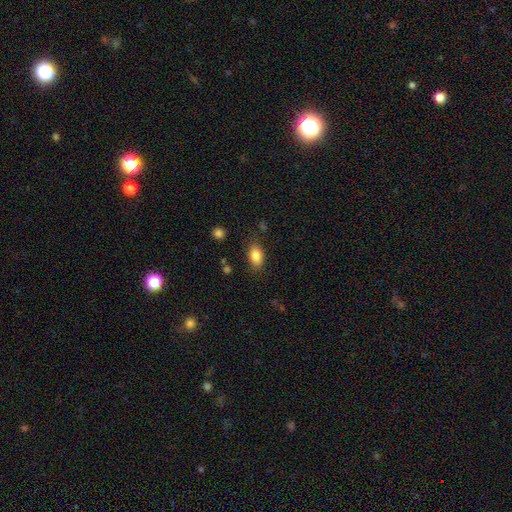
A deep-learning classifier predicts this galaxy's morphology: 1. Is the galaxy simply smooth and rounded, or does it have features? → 85% smooth, 8% star or artifact, 7% featured or disk.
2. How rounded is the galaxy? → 88% in between, 10% round, 3% cigar-shaped.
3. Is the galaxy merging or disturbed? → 79% none, 15% minor disturbance, 4% major disturbance, 2% merger.